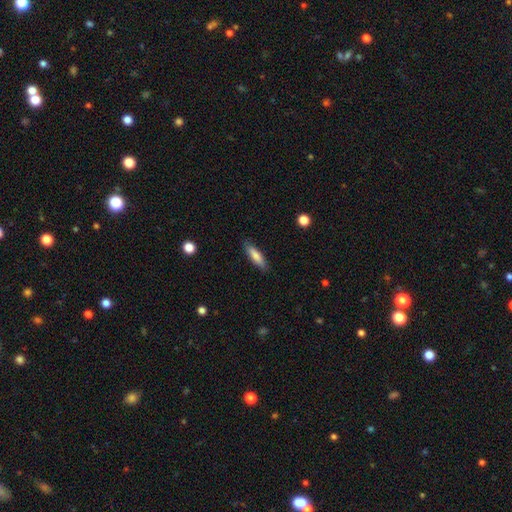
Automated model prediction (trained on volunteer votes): Q: Smooth or featured?
A: smooth (78%); runner-up: featured or disk (16%)
Q: How rounded?
A: cigar-shaped (70%); runner-up: in between (29%)
Q: Merging?
A: none (86%); runner-up: minor disturbance (10%)